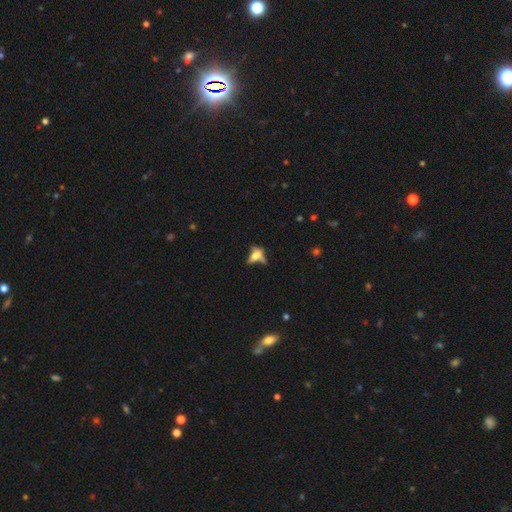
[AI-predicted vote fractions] The model was most divided on "merging": none: 35%, major disturbance: 24%, merger: 22%, minor disturbance: 19%. Remaining: smooth or featured — smooth (49%).